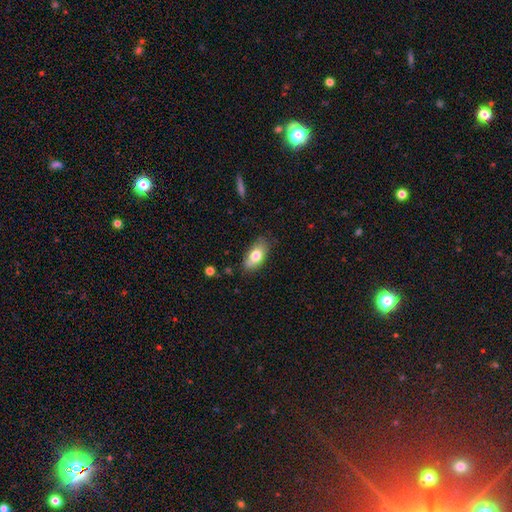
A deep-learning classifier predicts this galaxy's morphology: smooth 76%, featured or disk 16%, star or artifact 8%. Down the decision tree: how rounded — in between (89%); merging — none (70%).